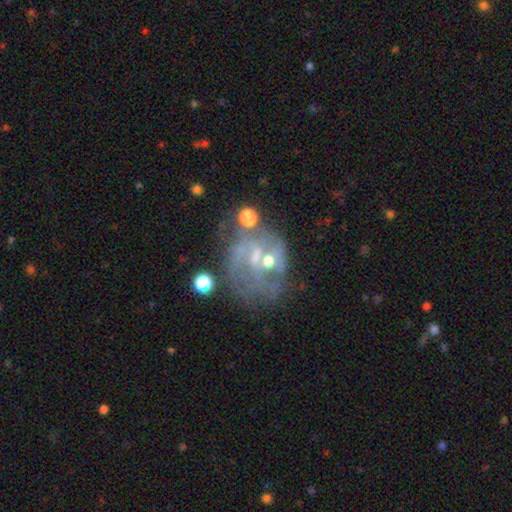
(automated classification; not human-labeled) smooth-or-featured: featured or disk: 68% | smooth: 17% | star or artifact: 14%
  disk-edge-on: no: 98% | yes: 2%
    bar: no: 55% | weak: 35% | strong: 9%
    has-spiral-arms: yes: 56% | no: 44%
    bulge-size: small: 45% | moderate: 35% | none: 16% | large: 2% | dominant: 1%
  merging: none: 40% | major disturbance: 26% | minor disturbance: 19% | merger: 16%